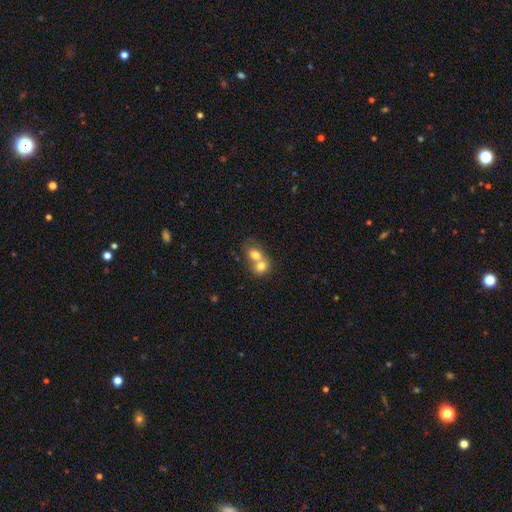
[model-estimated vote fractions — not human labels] A smooth galaxy with no disk features (73%) that is round (54%). Merging: merger (74%).